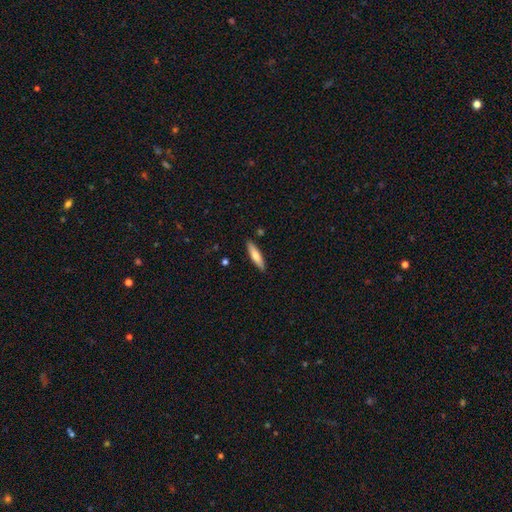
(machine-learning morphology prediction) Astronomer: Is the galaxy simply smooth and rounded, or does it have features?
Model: smooth — 64%.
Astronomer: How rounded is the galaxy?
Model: cigar-shaped — 78%.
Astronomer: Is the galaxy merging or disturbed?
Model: none — 87%.